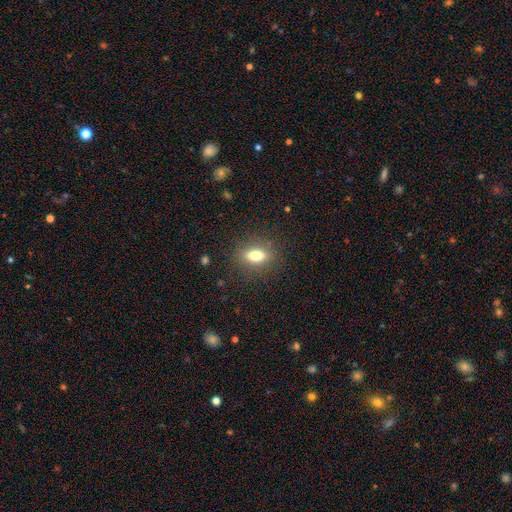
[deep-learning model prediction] smooth 78%, featured or disk 12%, star or artifact 10%. Down the decision tree: how rounded — in between (77%); merging — none (85%).